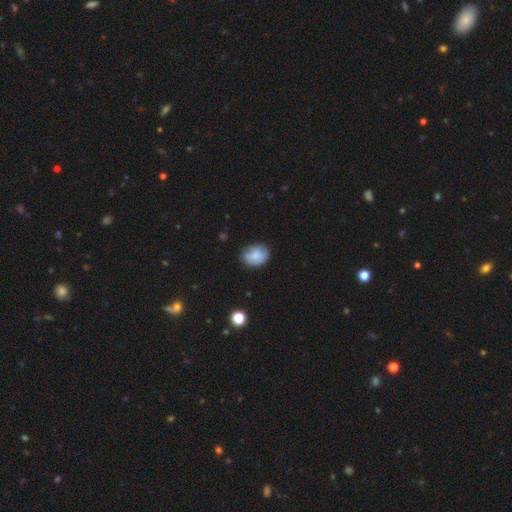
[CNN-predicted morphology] This appears to be a smooth galaxy with no disk features (77%) that is in between round and cigar-shaped (53%). Merging: none (65%).